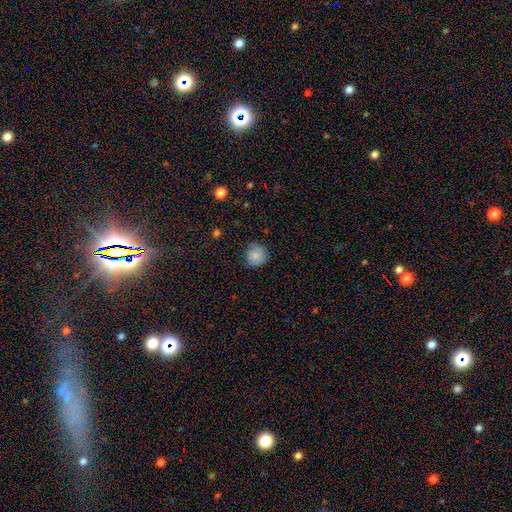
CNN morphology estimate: Overall: smooth (79%). How rounded: round (89%). Merging: none (70%).